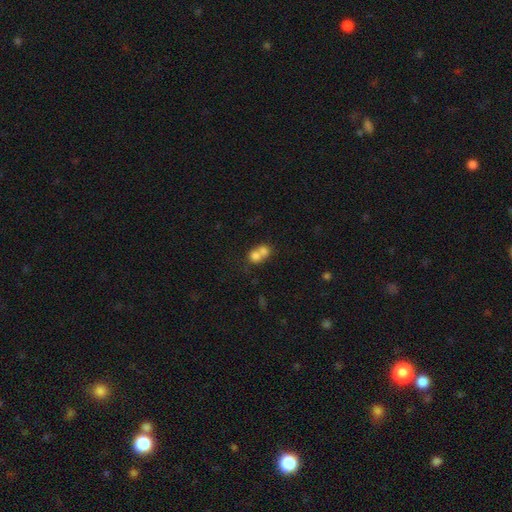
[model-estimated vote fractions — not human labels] smooth-or-featured: smooth: 72% | featured or disk: 18% | star or artifact: 10%
  how-rounded: round: 69% | in between: 29% | cigar-shaped: 1%
  merging: merger: 71% | none: 21% | minor disturbance: 5% | major disturbance: 3%